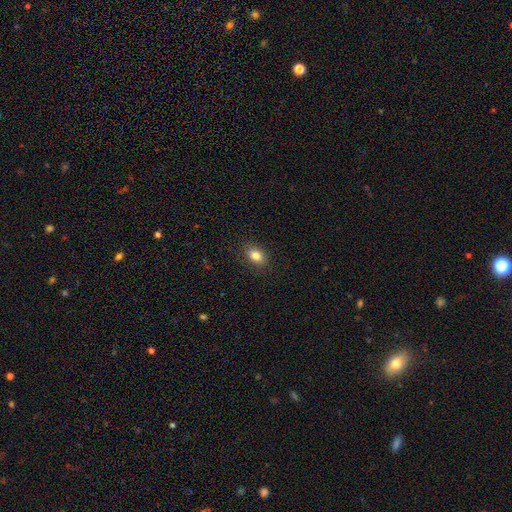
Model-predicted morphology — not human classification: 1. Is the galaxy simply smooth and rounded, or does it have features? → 82% smooth, 9% star or artifact, 8% featured or disk.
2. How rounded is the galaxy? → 82% in between, 17% round, 2% cigar-shaped.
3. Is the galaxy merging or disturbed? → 88% none, 9% minor disturbance, 2% major disturbance, 1% merger.